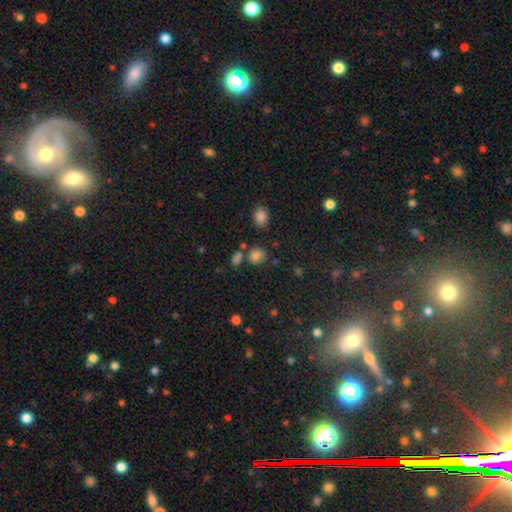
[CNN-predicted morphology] smooth-or-featured: smooth: 77% | star or artifact: 16% | featured or disk: 7%
  how-rounded: round: 58% | in between: 40% | cigar-shaped: 1%
  merging: none: 64% | minor disturbance: 17% | merger: 14% | major disturbance: 6%